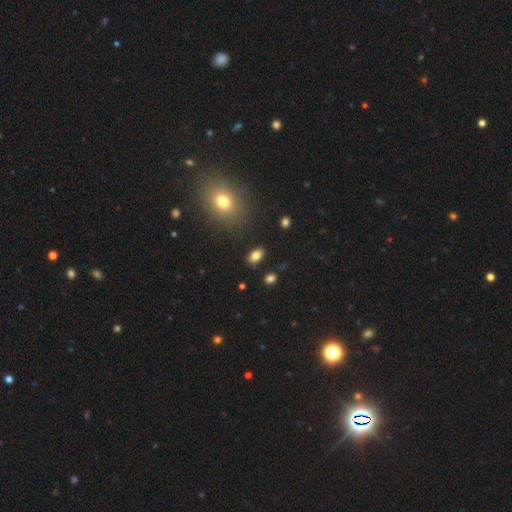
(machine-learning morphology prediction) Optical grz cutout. It shows a smooth galaxy with no disk features (83%) that is in between round and cigar-shaped (90%). Merging: none (86%).